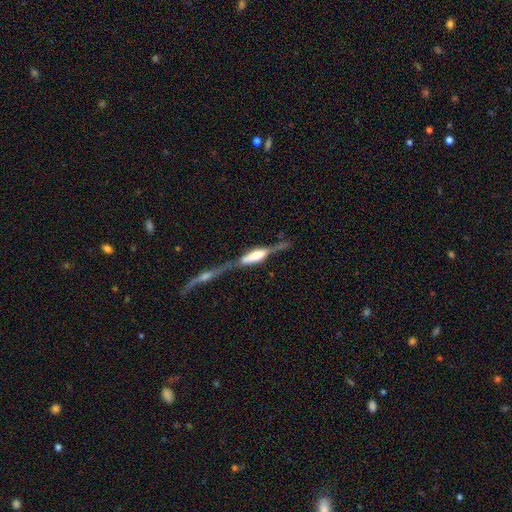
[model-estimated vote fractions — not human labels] A featured or disk galaxy (65%) viewed edge-on (88%) with a boxy central bulge (54%). Merging: merger (47%).